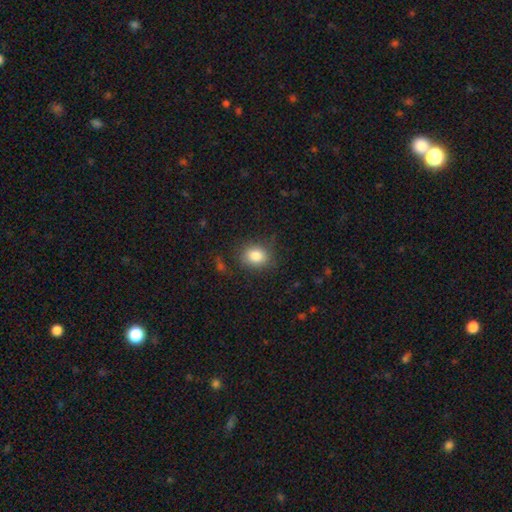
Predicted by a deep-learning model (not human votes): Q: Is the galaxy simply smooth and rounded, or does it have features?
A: smooth — 84%.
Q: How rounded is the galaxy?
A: round — 55%.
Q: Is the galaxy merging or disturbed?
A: none — 76%.